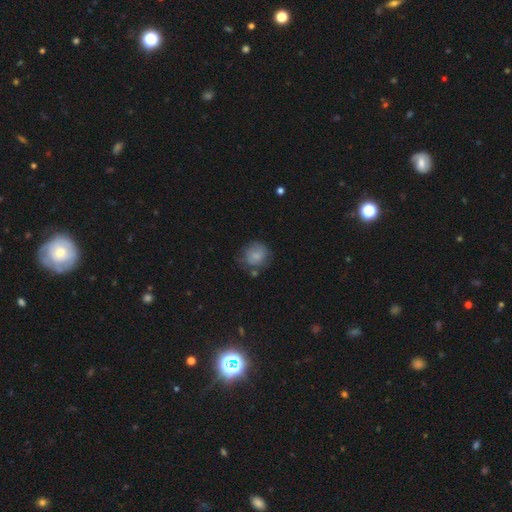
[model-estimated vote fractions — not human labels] smooth-or-featured: smooth: 78% | featured or disk: 14% | star or artifact: 8%
  how-rounded: round: 82% | in between: 17% | cigar-shaped: 1%
  merging: none: 59% | minor disturbance: 25% | major disturbance: 10% | merger: 6%